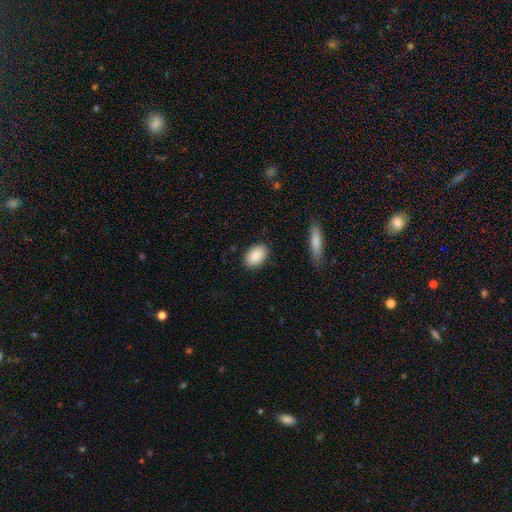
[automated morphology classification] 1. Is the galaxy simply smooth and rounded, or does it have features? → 89% smooth, 6% star or artifact, 4% featured or disk.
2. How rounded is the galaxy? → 90% in between, 8% round, 2% cigar-shaped.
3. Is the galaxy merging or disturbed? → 86% none, 10% minor disturbance, 2% major disturbance, 2% merger.